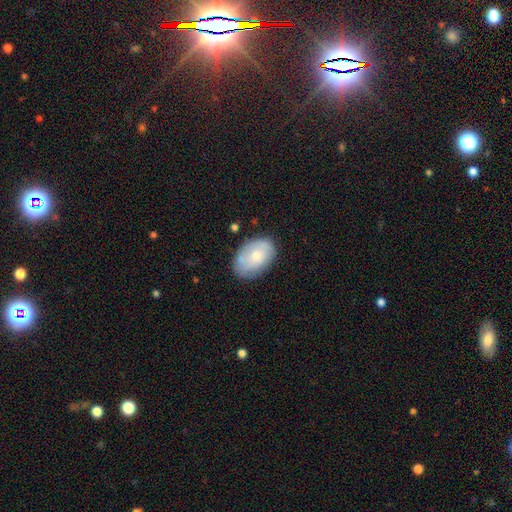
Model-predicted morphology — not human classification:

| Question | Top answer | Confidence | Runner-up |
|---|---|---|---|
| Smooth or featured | smooth | 61% | featured or disk (32%) |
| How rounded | in between | 86% | round (13%) |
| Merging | none | 72% | minor disturbance (21%) |